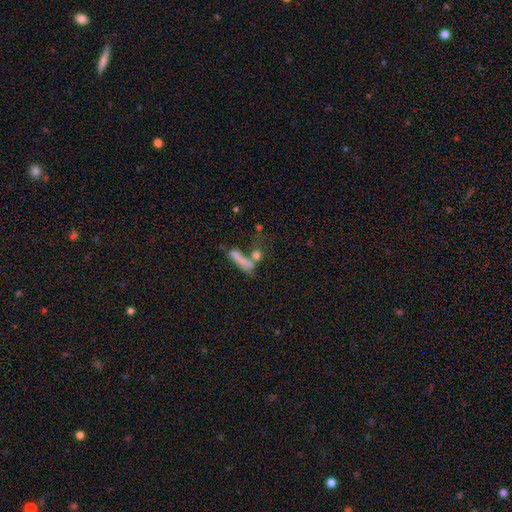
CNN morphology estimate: A smooth galaxy with no disk features (56%) that is cigar-shaped (68%). Merging: none (42%).